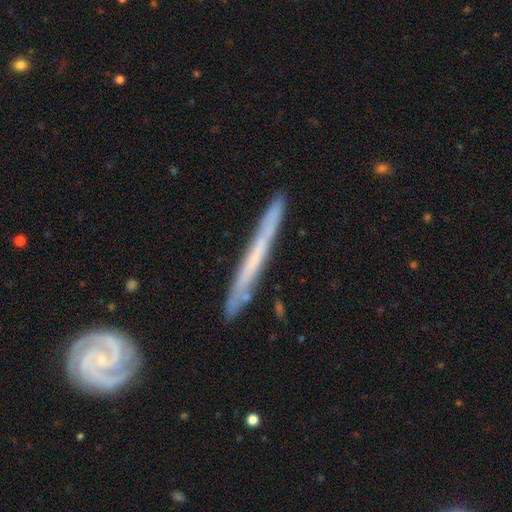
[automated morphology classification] Smooth or featured: featured or disk — 66% (smooth — 28%)
Edge-on disk: yes — 85% (no — 15%)
Edge-on bulge: none — 88% (rounded — 8%)
Merging: none — 83% (minor disturbance — 13%)